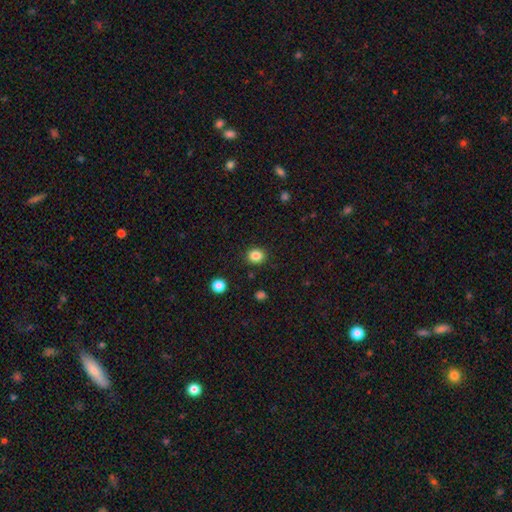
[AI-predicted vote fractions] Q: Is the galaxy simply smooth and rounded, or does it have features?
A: smooth — 84%.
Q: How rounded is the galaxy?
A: round — 77%.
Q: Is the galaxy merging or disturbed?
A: none — 90%.